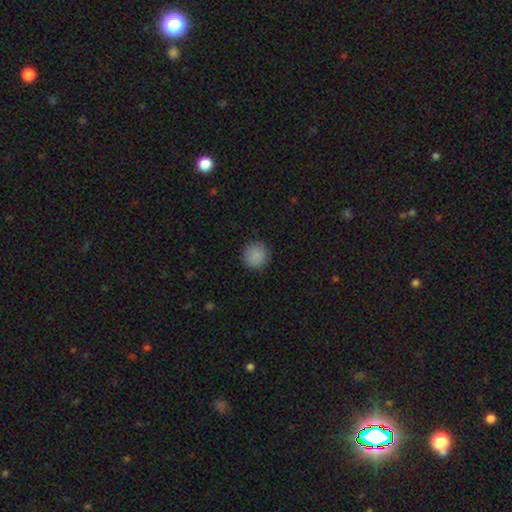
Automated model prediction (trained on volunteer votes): A smooth galaxy with no disk features (88%) that is round (93%).

Vote fractions:
- Smooth or featured? smooth: 88% / star or artifact: 8% / featured or disk: 4%
- How rounded? round: 93% / in between: 6% / cigar-shaped: 1%
- Merging? none: 88% / minor disturbance: 8% / major disturbance: 2% / merger: 1%